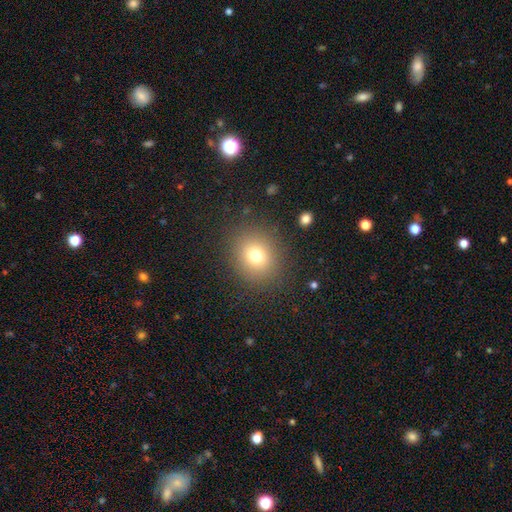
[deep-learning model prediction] Q: Smooth or featured?
A: smooth (74%); runner-up: star or artifact (15%)
Q: How rounded?
A: round (75%); runner-up: in between (24%)
Q: Merging?
A: none (86%); runner-up: minor disturbance (8%)